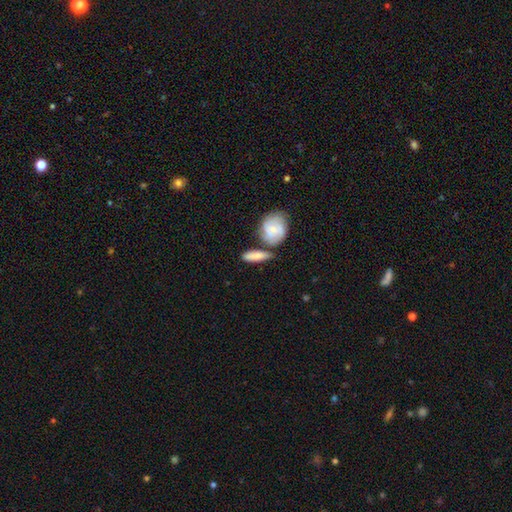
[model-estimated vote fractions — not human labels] smooth-or-featured: smooth: 72% | featured or disk: 23% | star or artifact: 6%
  how-rounded: in between: 54% | cigar-shaped: 39% | round: 7%
  merging: none: 51% | merger: 27% | minor disturbance: 16% | major disturbance: 5%